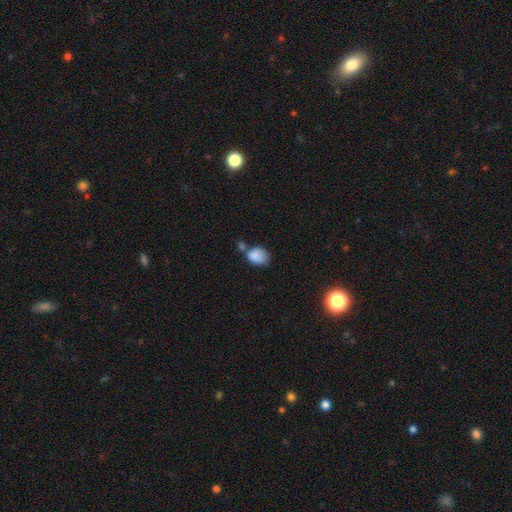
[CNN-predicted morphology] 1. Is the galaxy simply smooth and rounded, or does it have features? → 83% smooth, 9% featured or disk, 8% star or artifact.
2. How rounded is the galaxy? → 65% in between, 34% round, 1% cigar-shaped.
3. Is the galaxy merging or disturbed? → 34% none, 31% merger, 25% minor disturbance, 11% major disturbance.